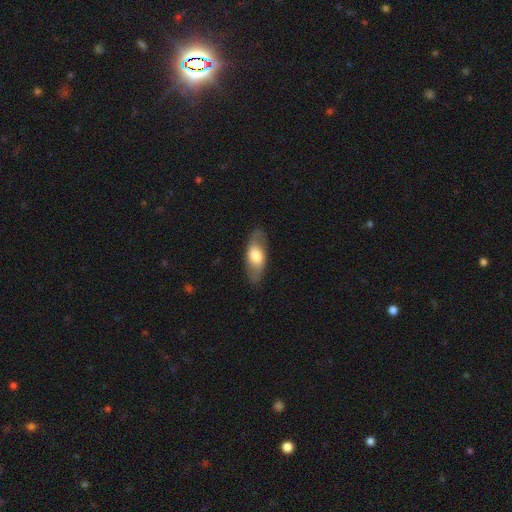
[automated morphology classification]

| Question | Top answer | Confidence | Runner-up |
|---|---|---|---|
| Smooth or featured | smooth | 59% | featured or disk (35%) |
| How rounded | in between | 83% | cigar-shaped (13%) |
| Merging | none | 83% | minor disturbance (12%) |